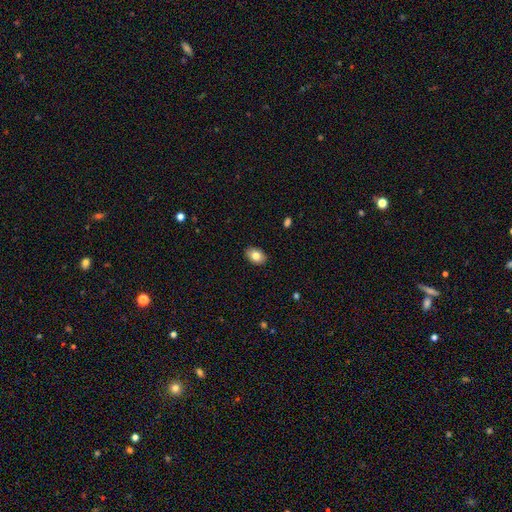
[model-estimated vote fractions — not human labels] Smooth or featured? Predicted: smooth (p=0.82). How rounded? Predicted: in between (p=0.84). Merging? Predicted: none (p=0.89).